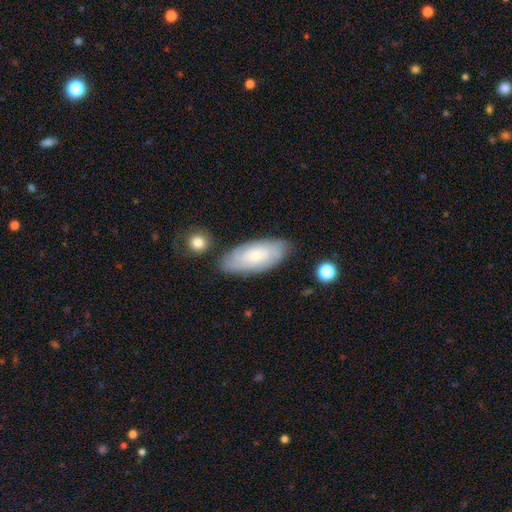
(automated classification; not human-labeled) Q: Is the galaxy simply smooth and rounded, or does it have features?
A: featured or disk — 48%.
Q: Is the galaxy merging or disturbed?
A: none — 78%.